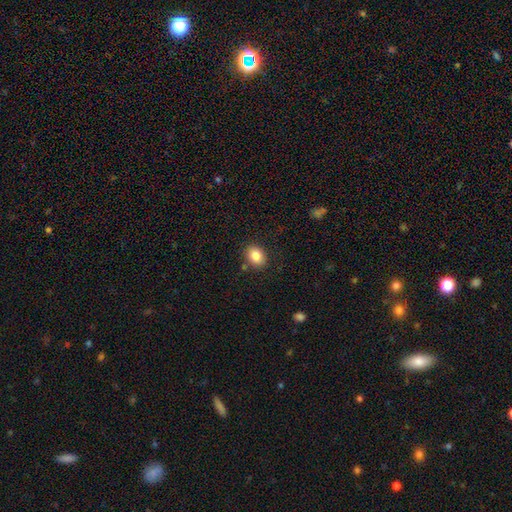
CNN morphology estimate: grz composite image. It shows a smooth galaxy with no disk features (85%) that is in between round and cigar-shaped (63%). Merging: none (84%).